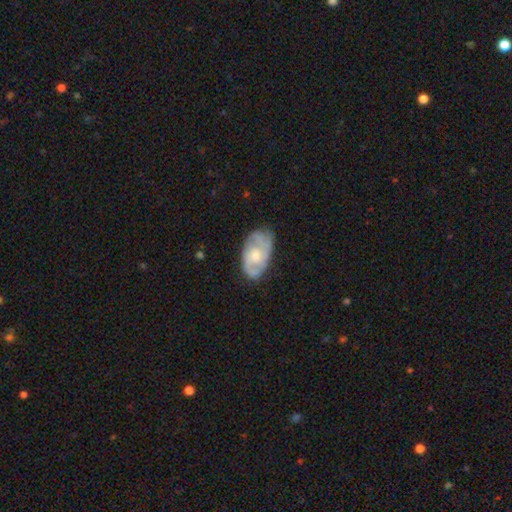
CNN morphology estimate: featured or disk 66%, smooth 28%, star or artifact 5%. Down the decision tree: edge-on disk — no (96%); bar — no (74%); spiral arms — yes (81%); spiral arm count — 2 (38%); spiral winding — tight (47%); bulge size — moderate (56%); merging — none (65%).